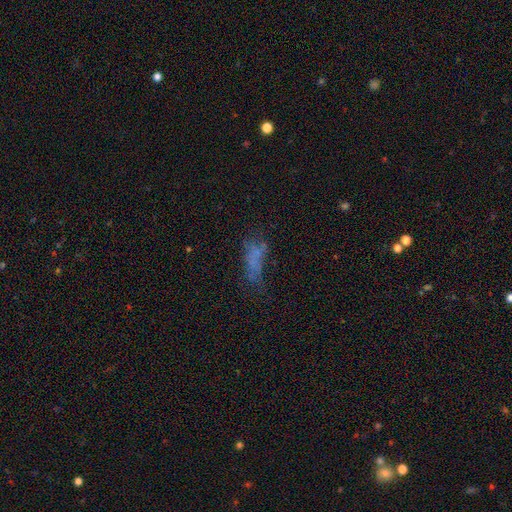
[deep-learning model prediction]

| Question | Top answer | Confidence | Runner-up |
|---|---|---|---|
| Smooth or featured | smooth | 44% | featured or disk (33%) |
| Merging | none | 36% | major disturbance (33%) |